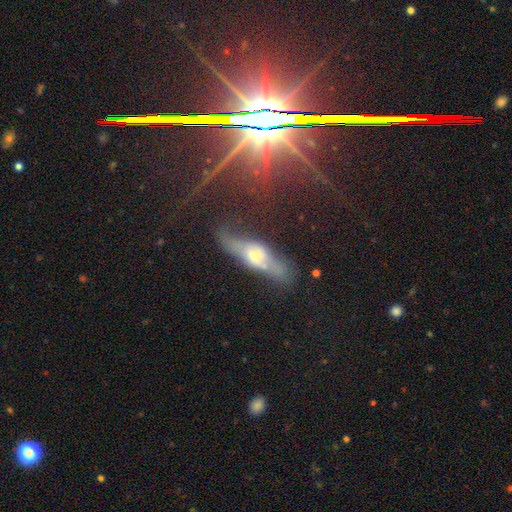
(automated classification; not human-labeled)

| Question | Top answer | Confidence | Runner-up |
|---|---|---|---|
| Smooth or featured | featured or disk | 55% | smooth (36%) |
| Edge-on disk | yes | 64% | no (36%) |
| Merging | none | 52% | minor disturbance (25%) |